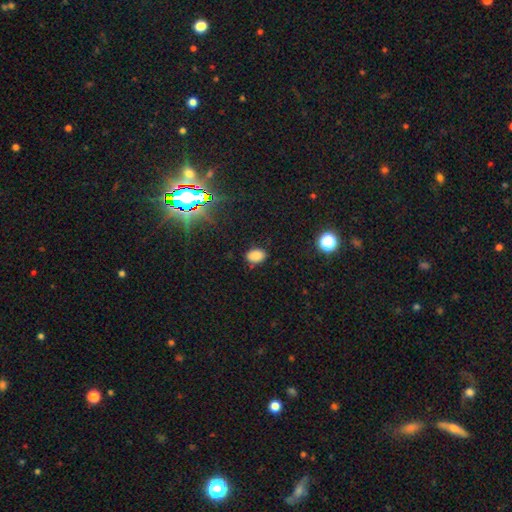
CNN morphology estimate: This is clearly a smooth galaxy (81%). How rounded: likely in between (78%). Merging: clearly none (82%).